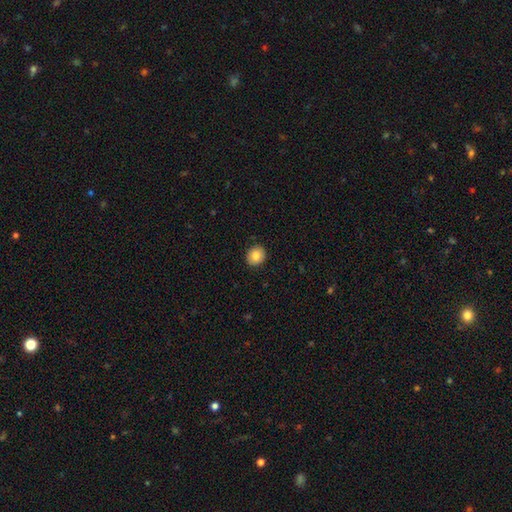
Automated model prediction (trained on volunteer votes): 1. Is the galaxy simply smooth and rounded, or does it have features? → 82% smooth, 9% featured or disk, 9% star or artifact.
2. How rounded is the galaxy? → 82% round, 17% in between, 1% cigar-shaped.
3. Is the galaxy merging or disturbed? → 91% none, 6% minor disturbance, 2% major disturbance, 1% merger.